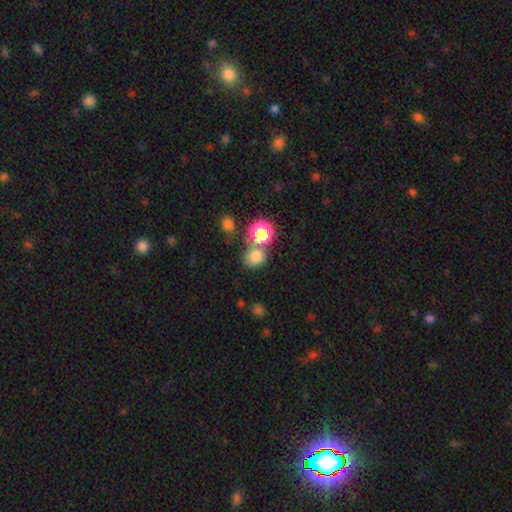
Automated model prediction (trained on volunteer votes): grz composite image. It shows a smooth galaxy with no disk features (73%) that is round (70%). Merging: none (58%).